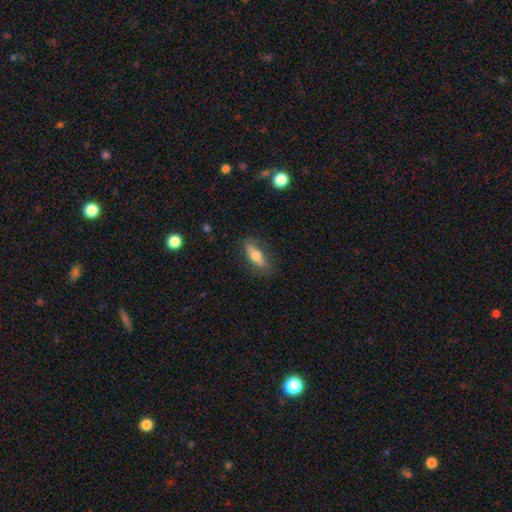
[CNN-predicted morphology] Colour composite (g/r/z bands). It shows a smooth galaxy with no disk features (62%) that is in between round and cigar-shaped (66%). Merging: none (73%).